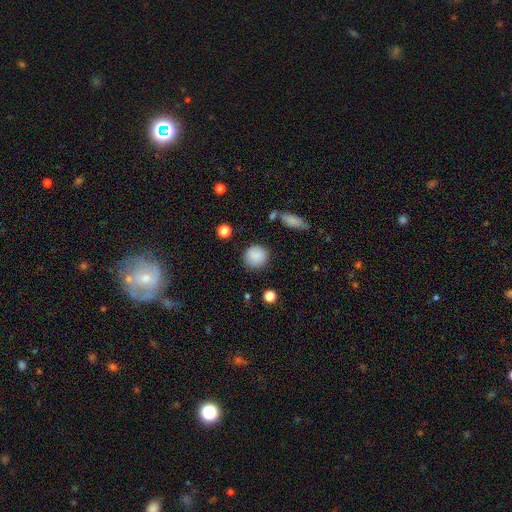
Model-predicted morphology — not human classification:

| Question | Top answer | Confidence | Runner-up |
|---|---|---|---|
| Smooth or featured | smooth | 87% | star or artifact (8%) |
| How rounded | round | 92% | in between (7%) |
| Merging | none | 87% | minor disturbance (8%) |